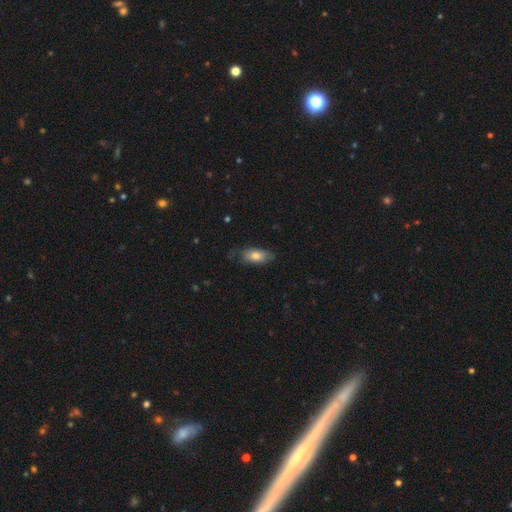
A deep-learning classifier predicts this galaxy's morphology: This is likely a smooth galaxy (74%). How rounded: clearly in between (84%). Merging: likely none (65%).